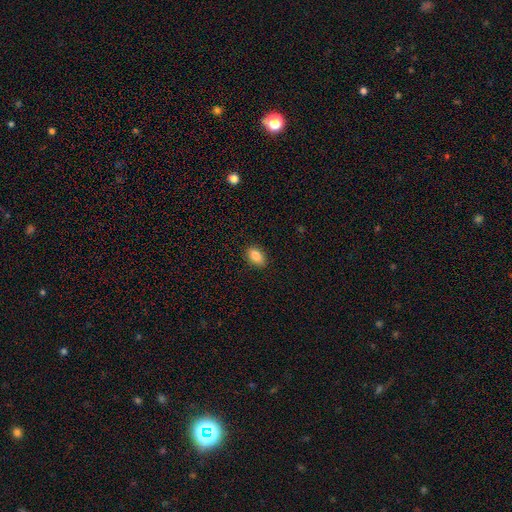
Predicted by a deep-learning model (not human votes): smooth_or_featured: smooth (p=0.87) [alt: star or artifact p=0.08]
how_rounded: in between (p=0.89) [alt: round p=0.09]
merging: none (p=0.88) [alt: minor disturbance p=0.09]